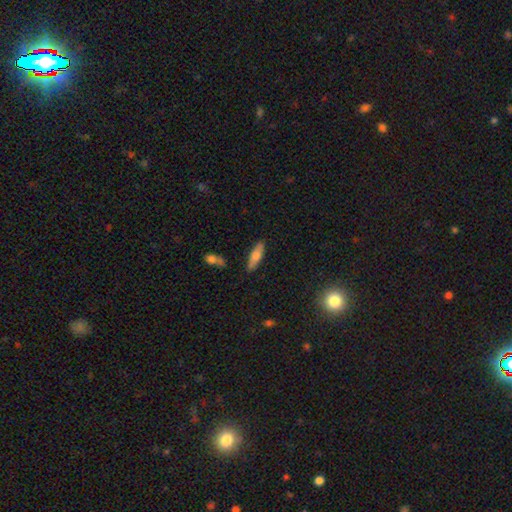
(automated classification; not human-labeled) This appears to be a smooth galaxy with no disk features (62%) that is cigar-shaped (56%). Merging: none (85%).